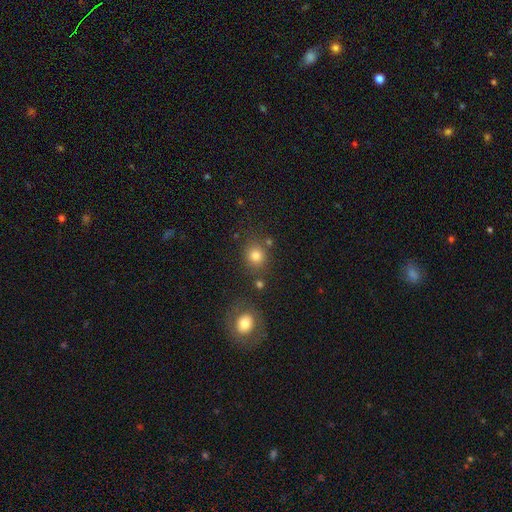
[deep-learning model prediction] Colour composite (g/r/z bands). It shows a smooth galaxy with no disk features (80%) that is round (82%). Merging: none (75%).